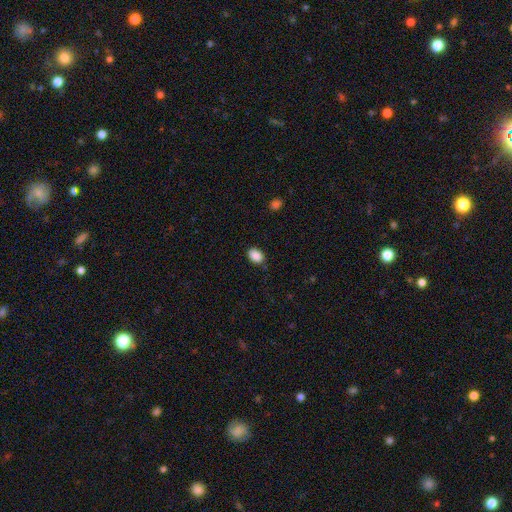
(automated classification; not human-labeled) This is clearly a smooth galaxy (89%). How rounded: likely in between (78%). Merging: clearly none (82%).